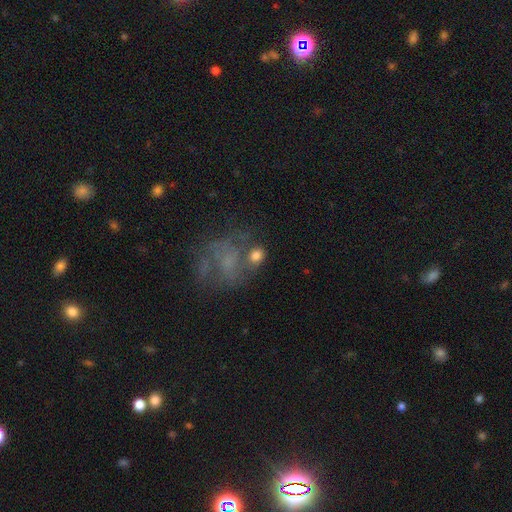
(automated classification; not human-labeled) Smooth or featured? smooth (69%)
How rounded? round (54%)
Merging? none (51%)